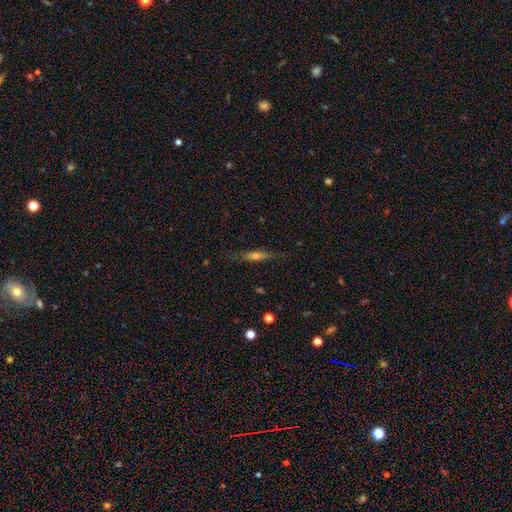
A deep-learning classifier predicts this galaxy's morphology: A featured or disk galaxy (56%) viewed edge-on (91%) with a rounded central bulge (76%). Merging: none (80%).